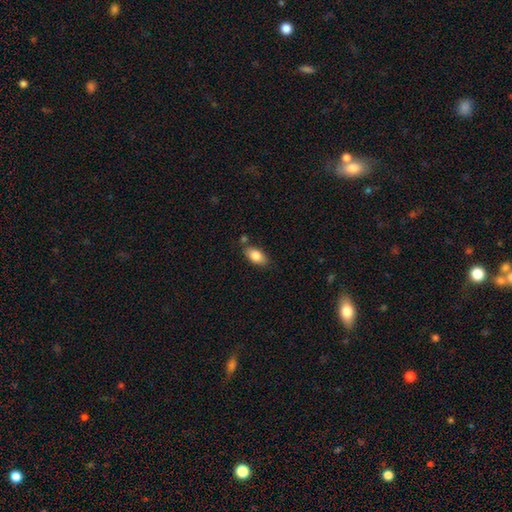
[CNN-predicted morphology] smooth_or_featured: smooth (p=0.83) [alt: featured or disk p=0.10]
how_rounded: in between (p=0.91) [alt: cigar-shaped p=0.05]
merging: none (p=0.75) [alt: minor disturbance p=0.15]